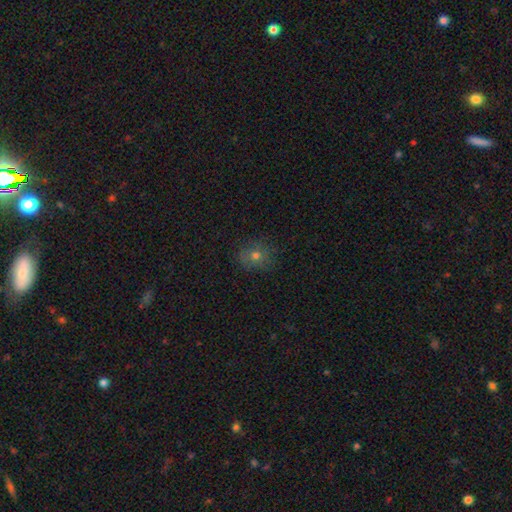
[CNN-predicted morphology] A smooth galaxy with no disk features (66%) that is round (77%). Merging: none (80%).